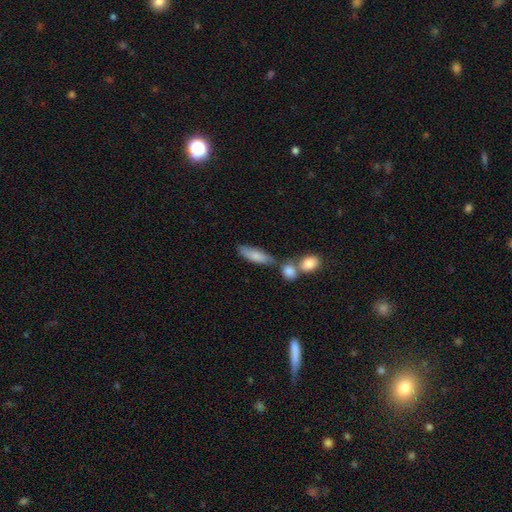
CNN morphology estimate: Smooth or featured? Predicted: smooth (p=0.77). How rounded? Predicted: in between (p=0.50). Merging? Predicted: none (p=0.56).